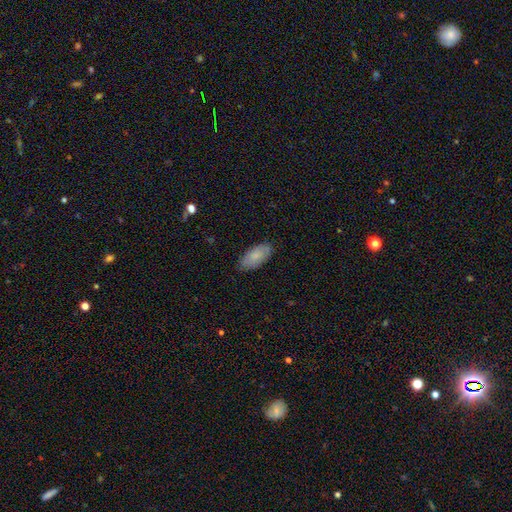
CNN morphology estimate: Q: Smooth or featured?
A: smooth (75%); runner-up: featured or disk (19%)
Q: How rounded?
A: in between (92%); runner-up: cigar-shaped (6%)
Q: Merging?
A: none (82%); runner-up: minor disturbance (14%)